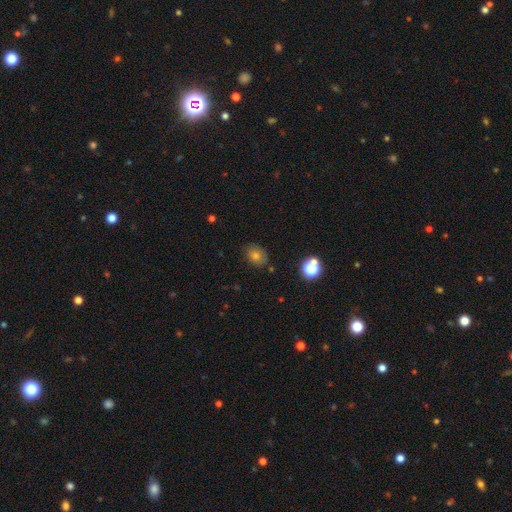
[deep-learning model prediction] This is likely a smooth galaxy (71%). How rounded: possibly in between (54%). Merging: likely none (79%).